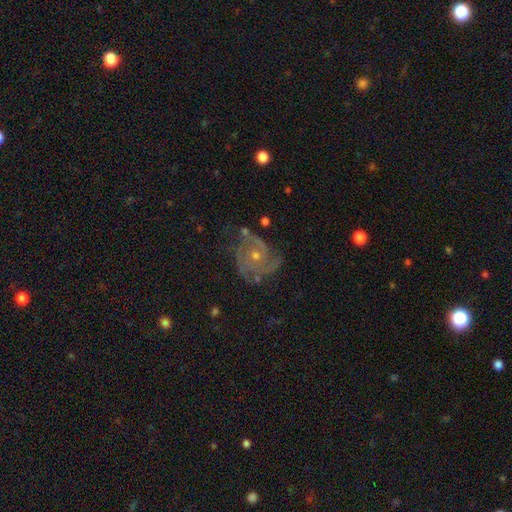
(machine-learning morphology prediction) Smooth or featured: featured or disk — 83% (star or artifact — 8%)
Edge-on disk: no — 98% (yes — 2%)
Bar: no — 80% (weak — 17%)
Spiral arms: yes — 95% (no — 5%)
Spiral winding: tight — 49% (medium — 40%)
Spiral arm count: 3 — 37% (2 — 25%)
Bulge size: small — 55% (moderate — 42%)
Merging: none — 61% (minor disturbance — 22%)